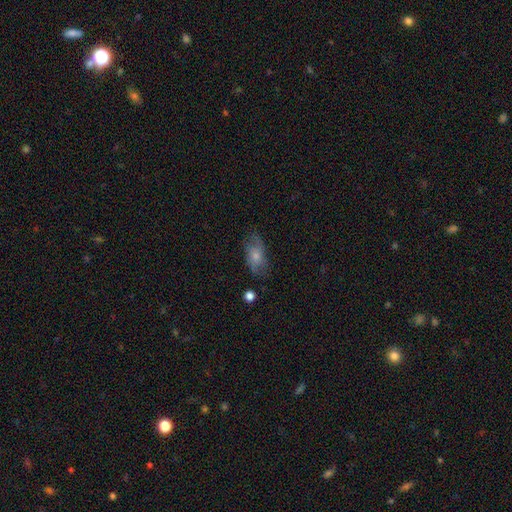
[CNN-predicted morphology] Q: Smooth or featured?
A: smooth (60%); runner-up: featured or disk (32%)
Q: How rounded?
A: in between (88%); runner-up: round (7%)
Q: Merging?
A: none (65%); runner-up: minor disturbance (24%)